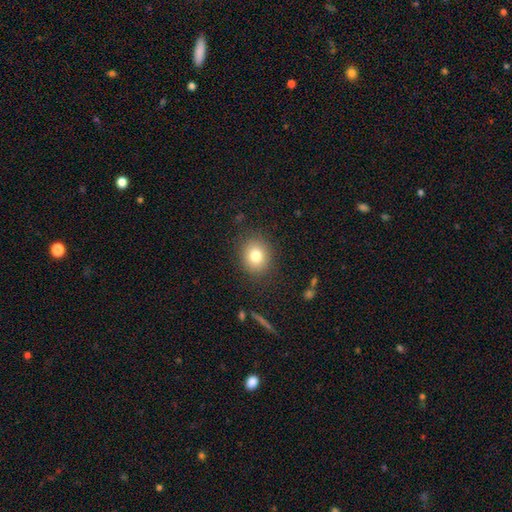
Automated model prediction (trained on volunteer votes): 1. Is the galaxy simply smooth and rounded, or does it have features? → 79% smooth, 11% star or artifact, 10% featured or disk.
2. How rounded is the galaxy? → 69% round, 30% in between, 1% cigar-shaped.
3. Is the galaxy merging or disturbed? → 86% none, 9% minor disturbance, 4% major disturbance, 1% merger.